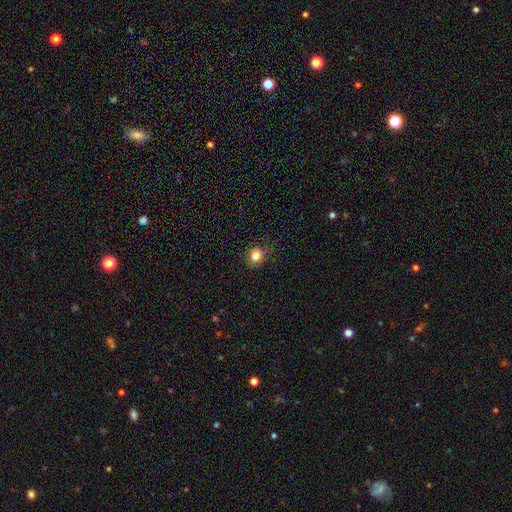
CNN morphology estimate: The model was most divided on "how rounded": round: 69%, in between: 30%, cigar-shaped: 1%. More confident: smooth or featured — smooth (83%); merging — none (77%).